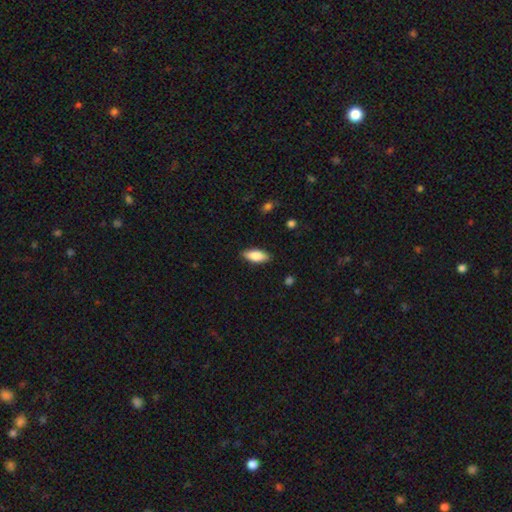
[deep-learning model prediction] The model was most divided on "how rounded": in between: 83%, cigar-shaped: 15%, round: 2%. More confident: merging — none (88%); smooth or featured — smooth (84%).